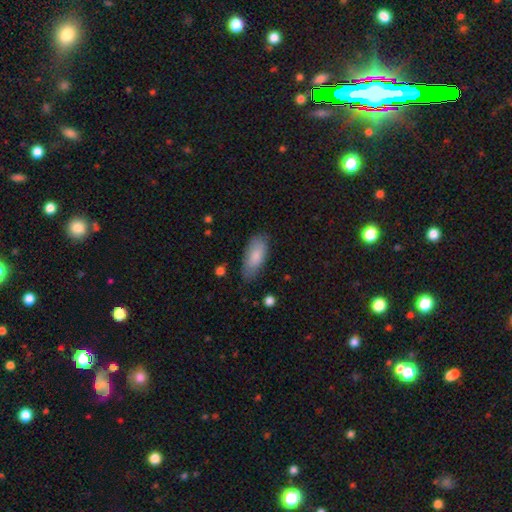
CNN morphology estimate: The model was most divided on "merging": none: 73%, minor disturbance: 21%, major disturbance: 4%, merger: 2%. More confident: how rounded — in between (87%); smooth or featured — smooth (83%).